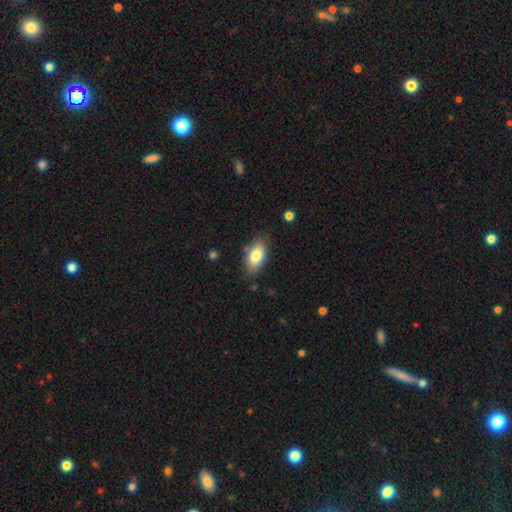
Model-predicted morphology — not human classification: Smooth or featured?
  - smooth: 81% *
  - featured or disk: 12%
  - star or artifact: 7%
How rounded?
  - in between: 91% *
  - cigar-shaped: 5%
  - round: 4%
Merging?
  - none: 81% *
  - minor disturbance: 14%
  - major disturbance: 3%
  - merger: 2%